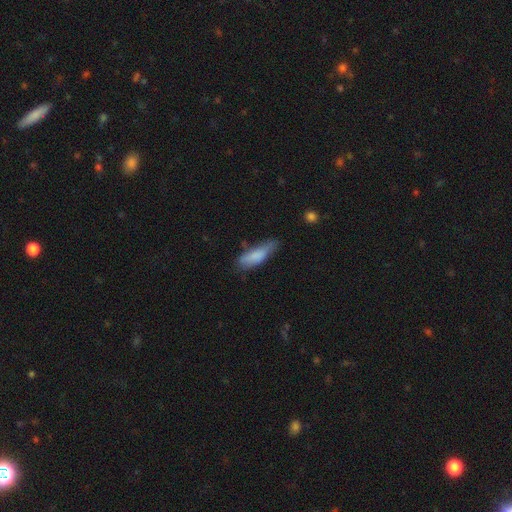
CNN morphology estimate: Smooth or featured: smooth — 79% (featured or disk — 15%)
How rounded: in between — 50% (cigar-shaped — 48%)
Merging: none — 46% (minor disturbance — 37%)